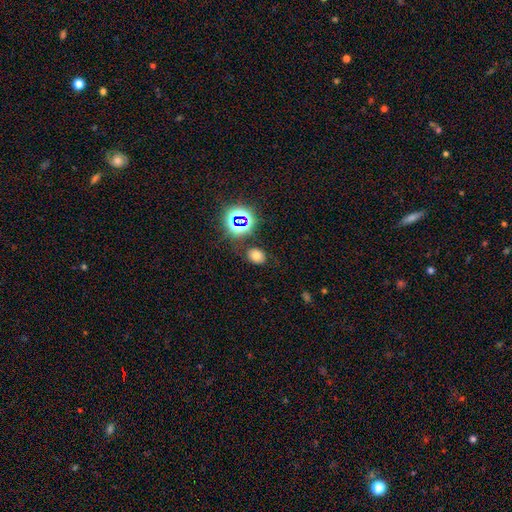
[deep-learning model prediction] smooth-or-featured: smooth: 66% | star or artifact: 23% | featured or disk: 11%
  how-rounded: in between: 56% | round: 43% | cigar-shaped: 1%
  merging: none: 81% | minor disturbance: 12% | major disturbance: 4% | merger: 3%